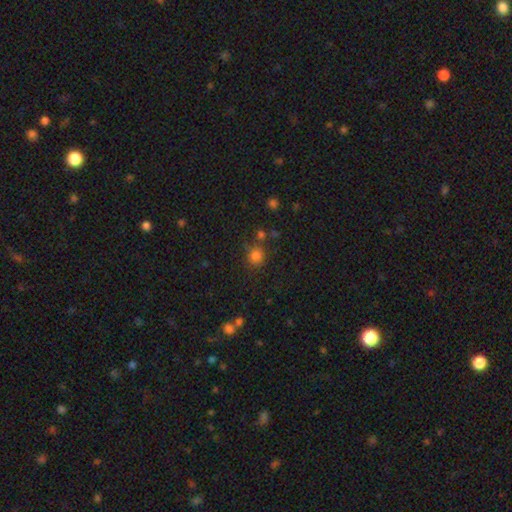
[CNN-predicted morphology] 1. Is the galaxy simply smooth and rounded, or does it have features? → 80% smooth, 15% star or artifact, 5% featured or disk.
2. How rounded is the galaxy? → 88% round, 11% in between, 1% cigar-shaped.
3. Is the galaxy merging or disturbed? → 73% none, 12% minor disturbance, 11% merger, 5% major disturbance.